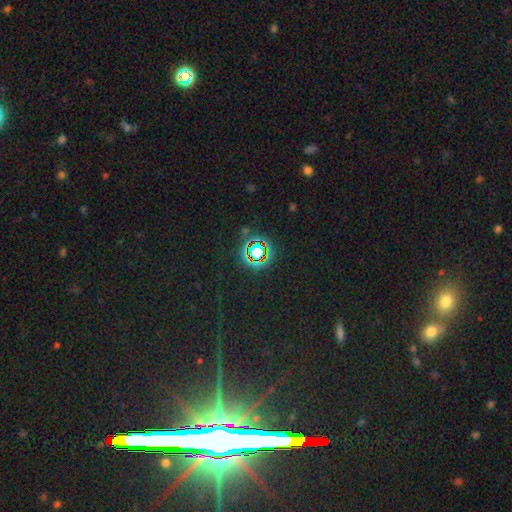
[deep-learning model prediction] Overall: star or artifact (74%).